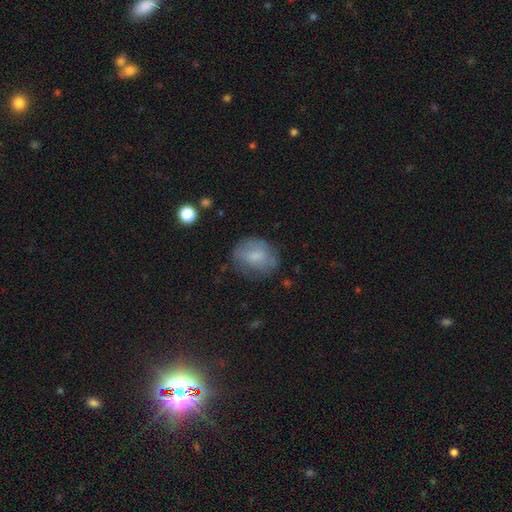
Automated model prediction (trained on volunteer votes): Smooth or featured? smooth (65%)
How rounded? in between (55%)
Merging? none (65%)